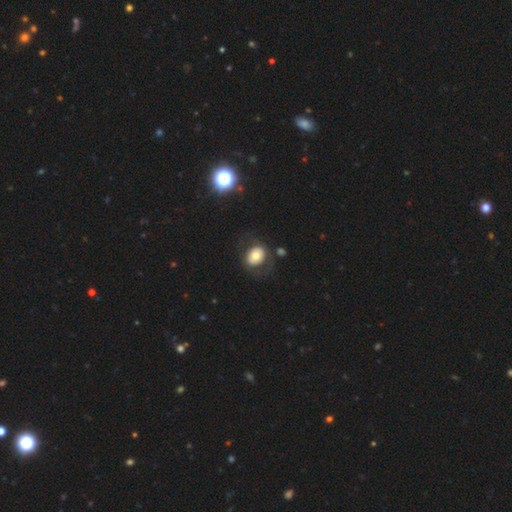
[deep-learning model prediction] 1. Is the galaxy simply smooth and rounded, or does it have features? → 62% smooth, 30% featured or disk, 8% star or artifact.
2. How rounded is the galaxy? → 52% in between, 47% round, 1% cigar-shaped.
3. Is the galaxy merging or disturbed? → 67% none, 15% minor disturbance, 14% major disturbance, 4% merger.